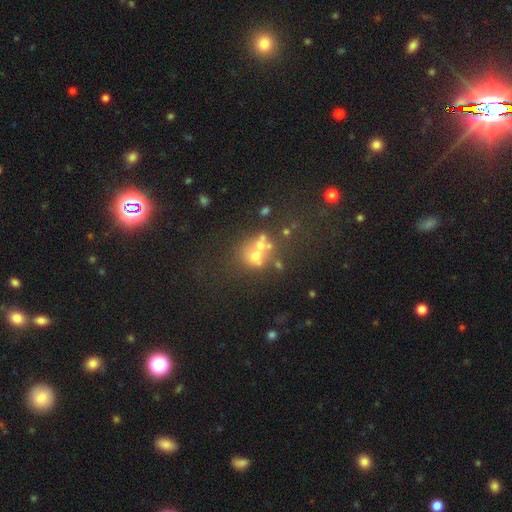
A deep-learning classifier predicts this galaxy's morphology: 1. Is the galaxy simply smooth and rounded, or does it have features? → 46% smooth, 31% featured or disk, 24% star or artifact.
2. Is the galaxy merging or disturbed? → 42% merger, 40% none, 10% minor disturbance, 8% major disturbance.